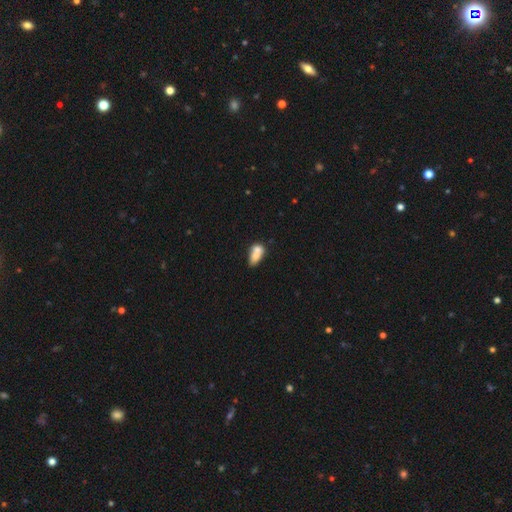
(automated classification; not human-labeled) smooth 70%, featured or disk 21%, star or artifact 9%. Down the decision tree: how rounded — in between (78%); merging — merger (56%).